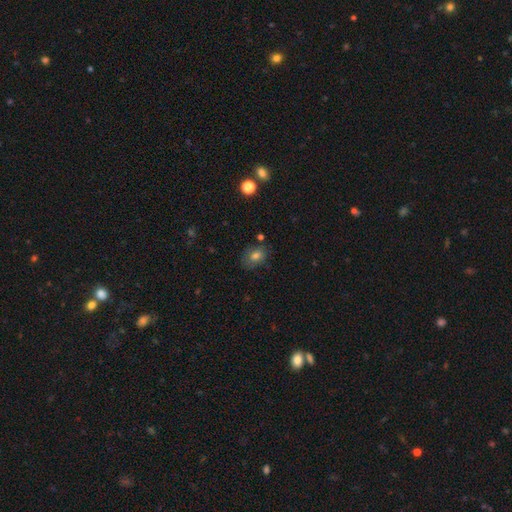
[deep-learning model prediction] Smooth or featured?
  - smooth: 74% *
  - star or artifact: 13%
  - featured or disk: 13%
How rounded?
  - in between: 70% *
  - round: 28%
  - cigar-shaped: 1%
Merging?
  - none: 72% *
  - minor disturbance: 19%
  - major disturbance: 6%
  - merger: 3%